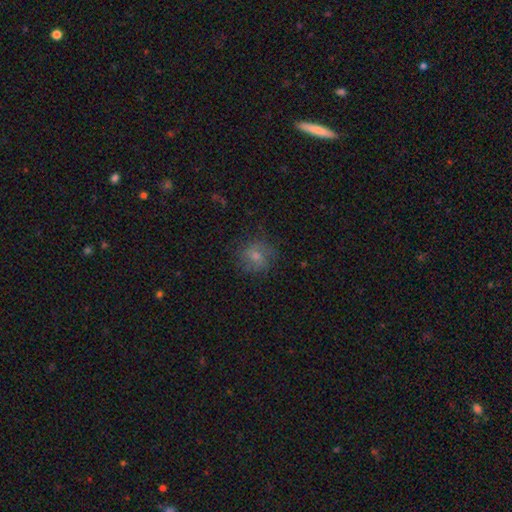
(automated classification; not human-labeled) Smooth or featured? smooth (67%)
How rounded? round (81%)
Merging? none (71%)